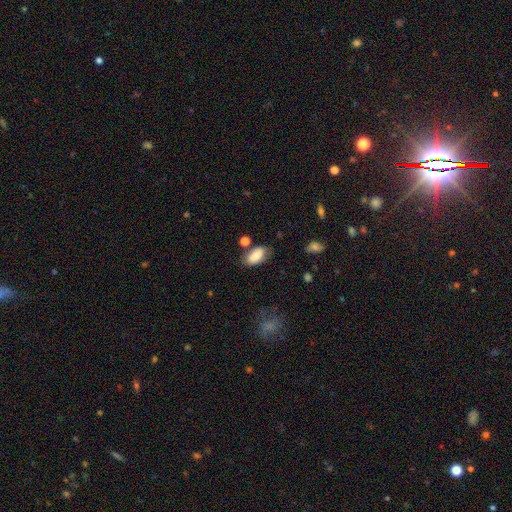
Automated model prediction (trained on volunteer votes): The model was most divided on "merging": none: 67%, minor disturbance: 20%, merger: 7%, major disturbance: 6%. More confident: how rounded — in between (93%); smooth or featured — smooth (81%).